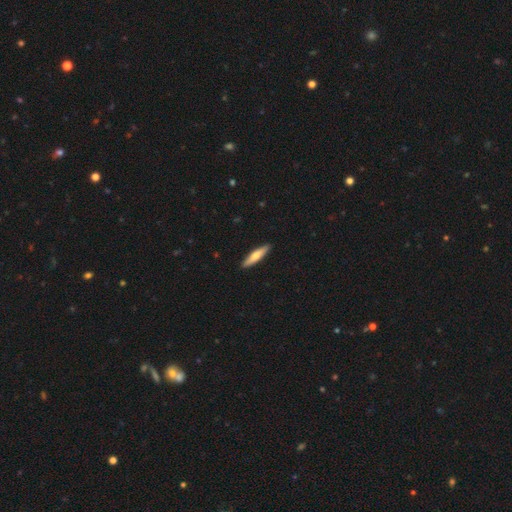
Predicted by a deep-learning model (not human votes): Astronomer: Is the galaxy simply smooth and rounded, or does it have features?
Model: smooth — 63%.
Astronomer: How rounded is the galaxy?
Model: cigar-shaped — 83%.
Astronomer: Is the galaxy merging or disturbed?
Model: none — 91%.